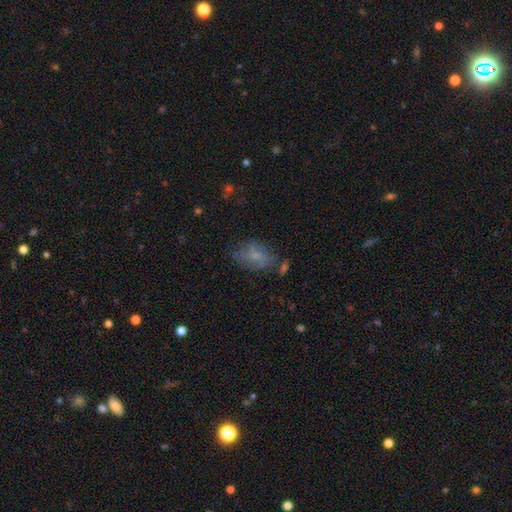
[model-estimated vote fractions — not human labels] Smooth or featured? smooth (56%)
How rounded? in between (81%)
Merging? none (53%)